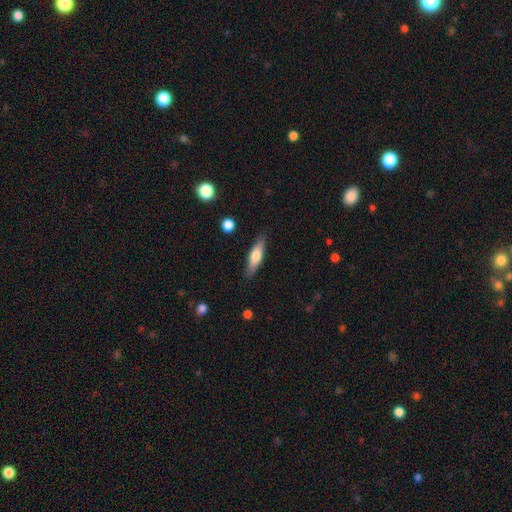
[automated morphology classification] Overall: smooth (63%; featured or disk 31%). How rounded: cigar-shaped (58%; in between 40%). Merging: none (86%).